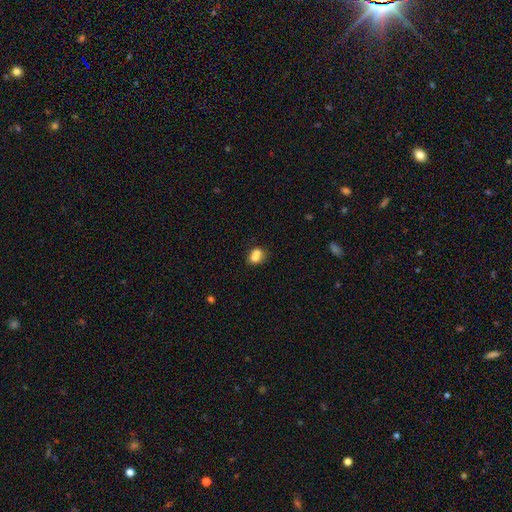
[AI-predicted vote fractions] This is likely a smooth galaxy (72%). How rounded: possibly round (57%). Merging: possibly merger (55%).